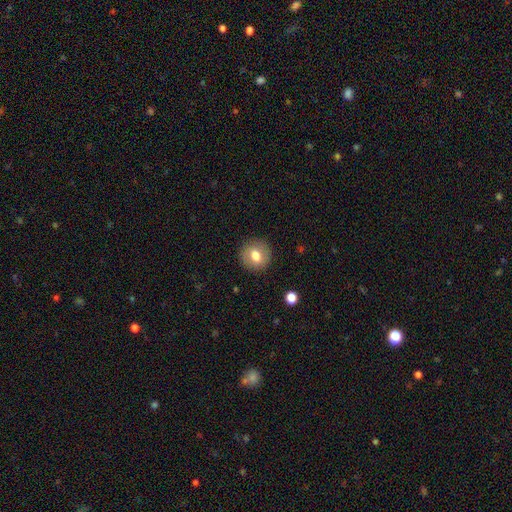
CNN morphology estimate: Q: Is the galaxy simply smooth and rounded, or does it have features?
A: smooth — 73%.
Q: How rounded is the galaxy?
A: round — 87%.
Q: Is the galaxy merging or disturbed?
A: none — 89%.